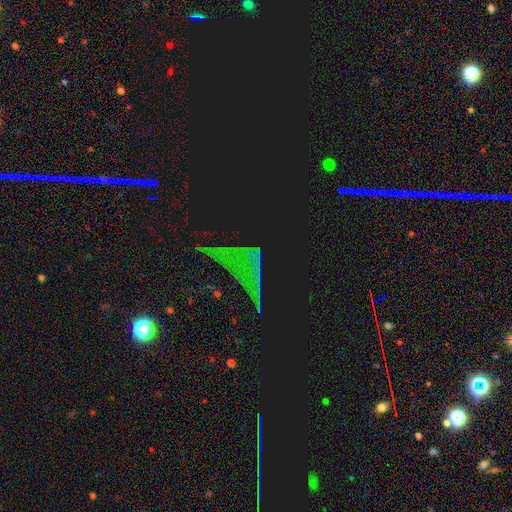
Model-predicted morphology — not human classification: type=star or artifact (82%).